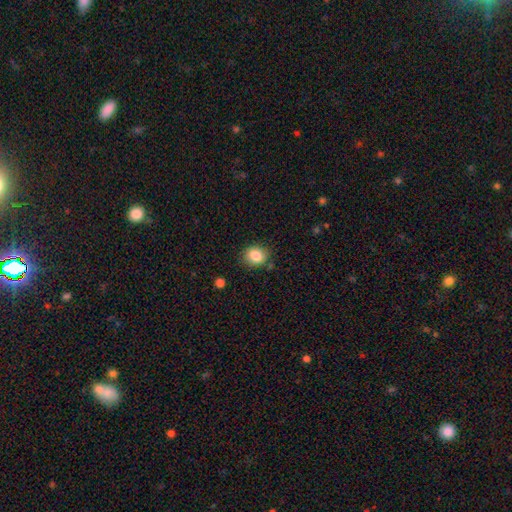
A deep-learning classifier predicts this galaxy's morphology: Overall: smooth (84%). How rounded: round (72%). Merging: none (83%).